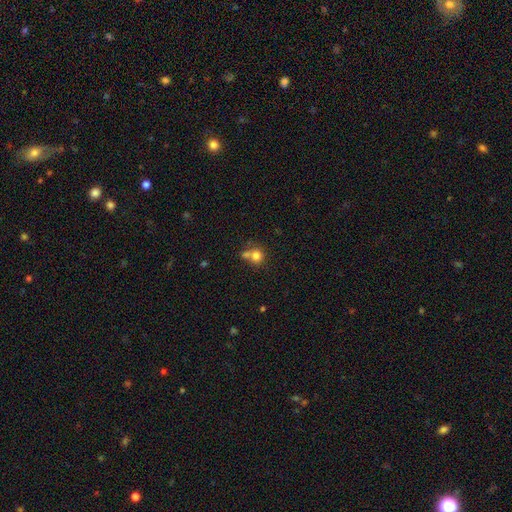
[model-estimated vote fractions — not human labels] A smooth galaxy with no disk features (77%) that is round (82%). Merging: none (44%).